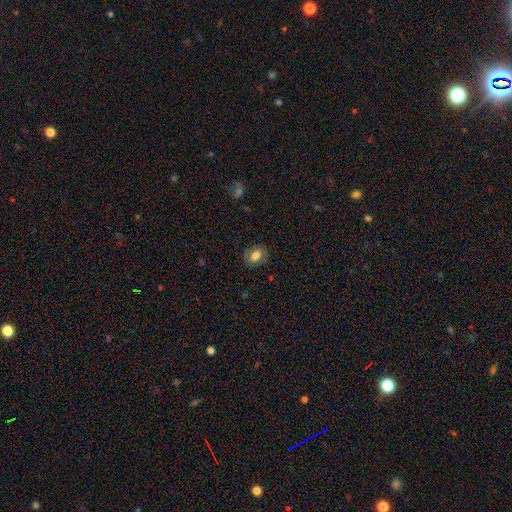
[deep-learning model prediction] Q: Smooth or featured?
A: smooth (78%); runner-up: featured or disk (13%)
Q: How rounded?
A: in between (59%); runner-up: round (39%)
Q: Merging?
A: none (83%); runner-up: minor disturbance (12%)